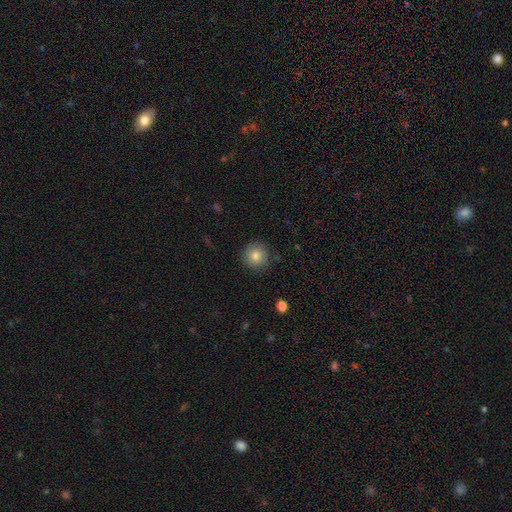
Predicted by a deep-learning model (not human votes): Smooth or featured?
  - smooth: 83% *
  - star or artifact: 10%
  - featured or disk: 8%
How rounded?
  - round: 94% *
  - in between: 5%
  - cigar-shaped: 1%
Merging?
  - none: 87% *
  - minor disturbance: 9%
  - major disturbance: 3%
  - merger: 1%